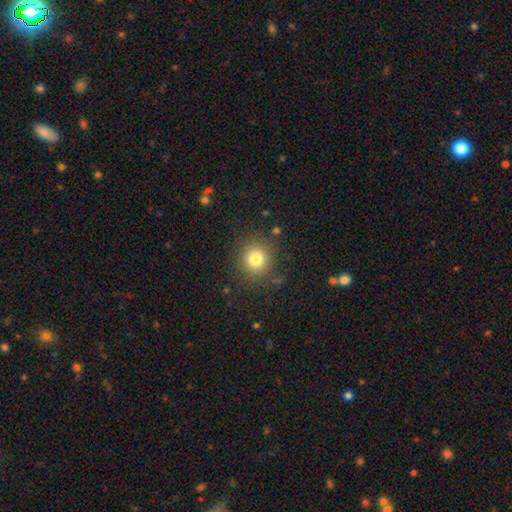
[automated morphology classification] type=smooth (78%); roundness=round (91%); merging=none (88%).